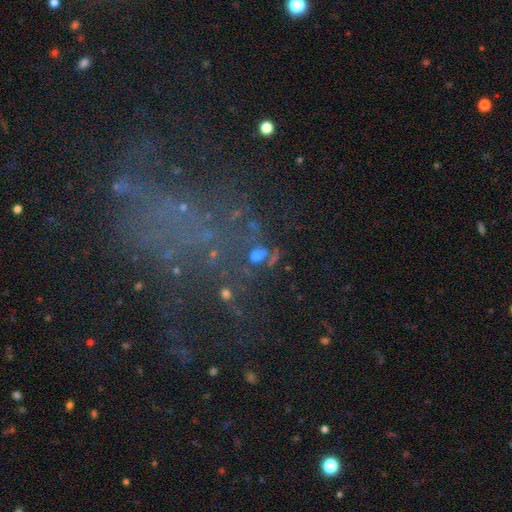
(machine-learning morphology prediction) Smooth or featured? smooth (42%)
Merging? none (53%)